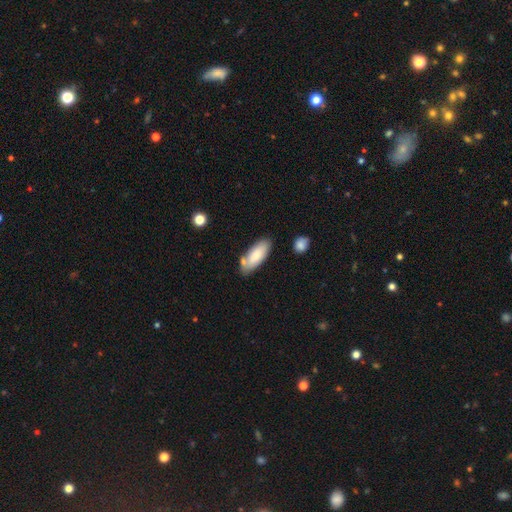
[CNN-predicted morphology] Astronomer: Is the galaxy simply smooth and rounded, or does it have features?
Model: smooth — 79%.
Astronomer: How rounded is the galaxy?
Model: in between — 75%.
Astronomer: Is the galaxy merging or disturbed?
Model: none — 71%.